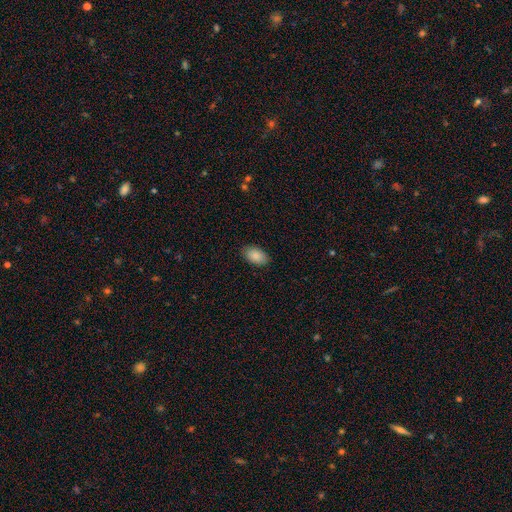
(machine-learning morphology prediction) This appears to be a smooth galaxy with no disk features (88%) that is in between round and cigar-shaped (94%). Merging: none (87%).